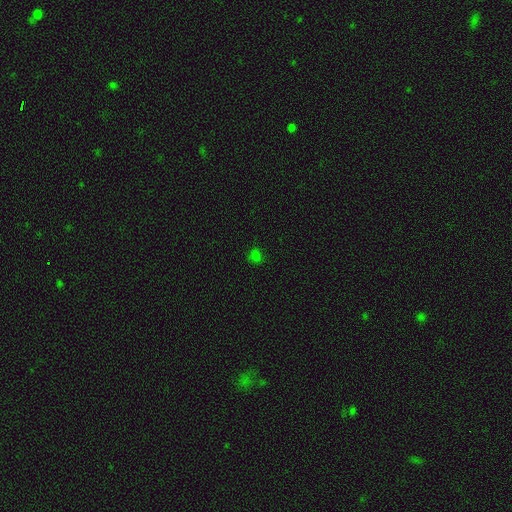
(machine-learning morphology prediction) type=smooth (70%); roundness=round (76%); merging=none (85%).